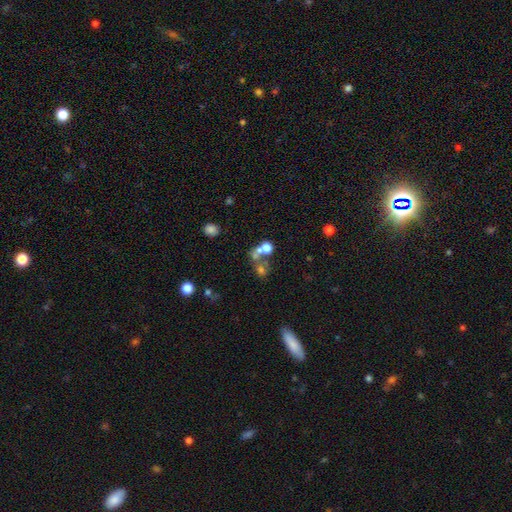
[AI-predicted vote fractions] This appears to be a smooth galaxy with no disk features (41%). Merging: none (46%).